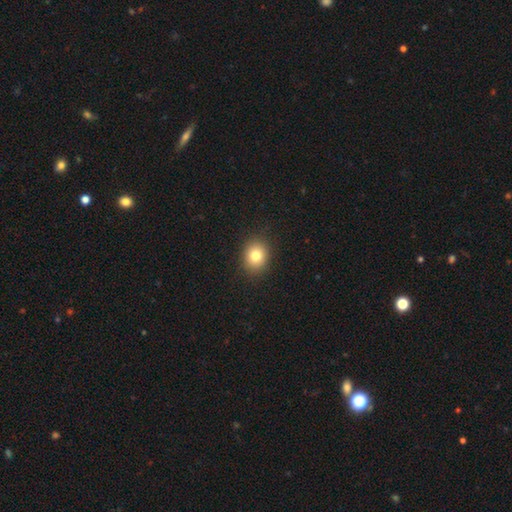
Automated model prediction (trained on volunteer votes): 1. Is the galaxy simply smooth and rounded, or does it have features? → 81% smooth, 11% star or artifact, 9% featured or disk.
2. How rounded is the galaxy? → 60% round, 39% in between, 1% cigar-shaped.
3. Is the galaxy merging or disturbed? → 90% none, 7% minor disturbance, 2% major disturbance, 1% merger.